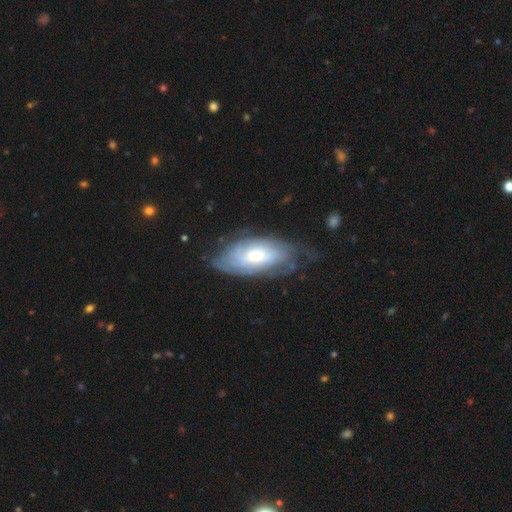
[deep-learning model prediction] Smooth or featured: featured or disk — 67% (smooth — 27%)
Edge-on disk: no — 90% (yes — 10%)
Bar: no — 65% (weak — 28%)
Spiral arms: yes — 82% (no — 18%)
Bulge size: moderate — 54% (small — 36%)
Merging: none — 62% (minor disturbance — 25%)